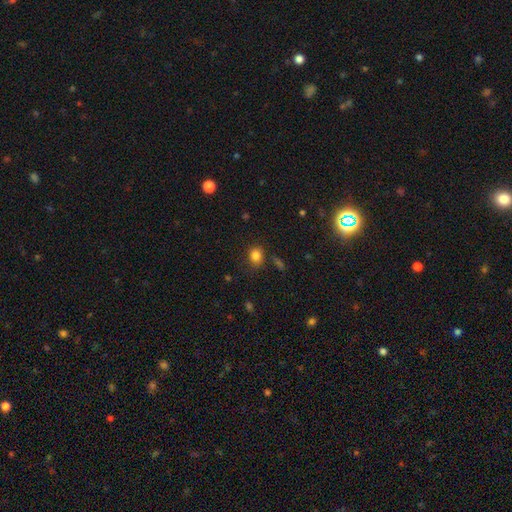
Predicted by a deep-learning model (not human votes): Smooth or featured? Predicted: smooth (p=0.82). How rounded? Predicted: round (p=0.66). Merging? Predicted: none (p=0.79).